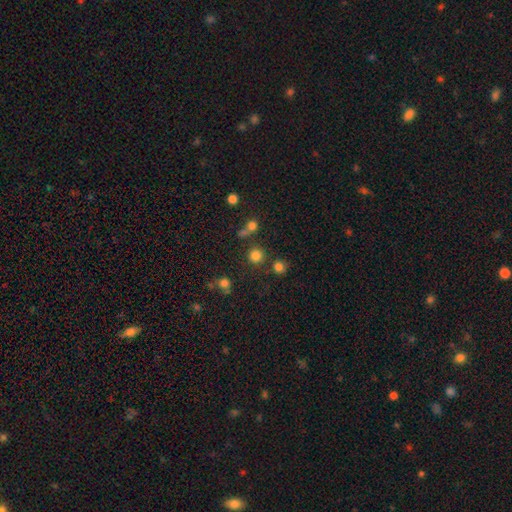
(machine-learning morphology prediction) type=smooth (76%); roundness=round (92%); merging=none (76%).